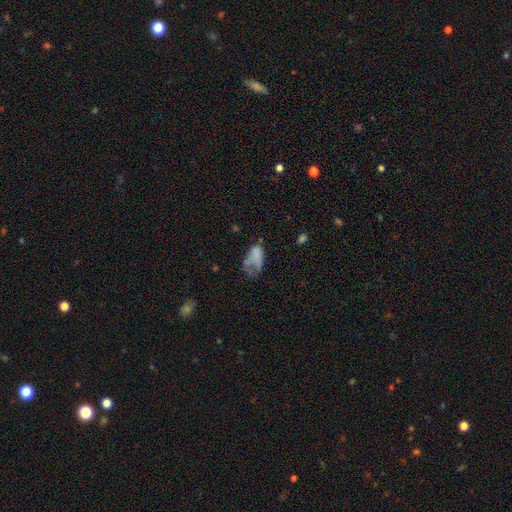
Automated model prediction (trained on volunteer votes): Overall: smooth (57%; featured or disk 30%). How rounded: in between (90%). Merging: major disturbance (46%; minor disturbance 24%).